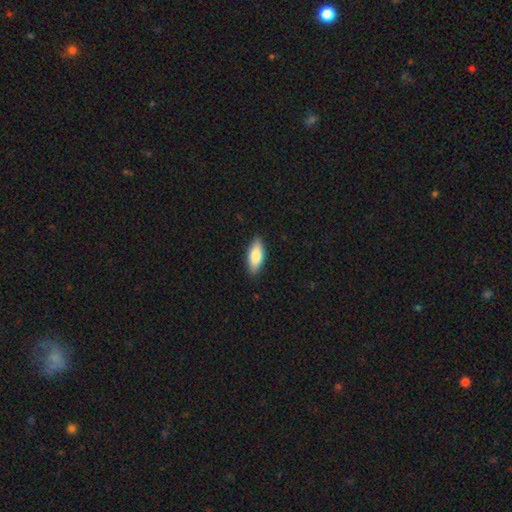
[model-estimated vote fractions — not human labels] Smooth or featured? Predicted: smooth (p=0.82). How rounded? Predicted: in between (p=0.80). Merging? Predicted: none (p=0.88).